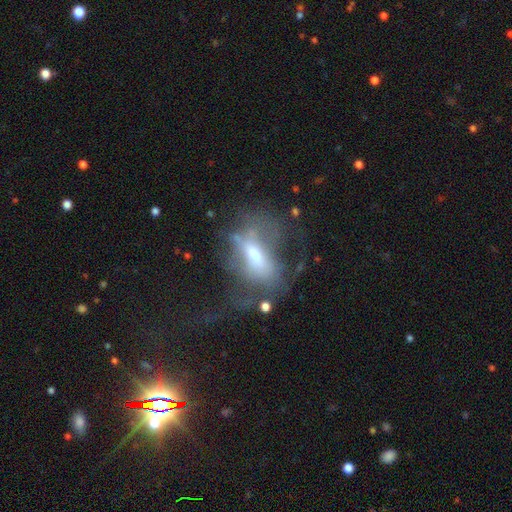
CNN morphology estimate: This appears to be a featured or disk galaxy (52%). Merging: major disturbance (49%).